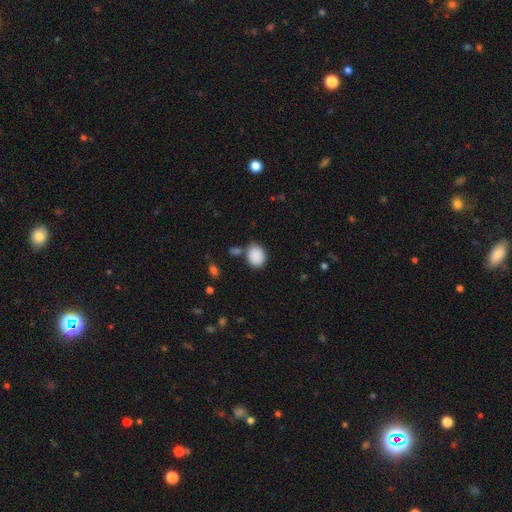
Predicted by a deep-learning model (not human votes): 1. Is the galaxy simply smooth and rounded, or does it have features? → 89% smooth, 8% star or artifact, 4% featured or disk.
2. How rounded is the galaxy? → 52% round, 47% in between, 1% cigar-shaped.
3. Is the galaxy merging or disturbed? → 68% none, 15% minor disturbance, 12% merger, 5% major disturbance.